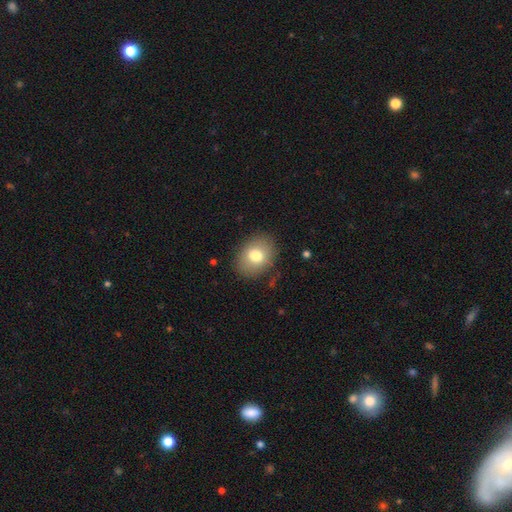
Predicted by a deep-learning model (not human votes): Q: Smooth or featured?
A: smooth (76%); runner-up: featured or disk (15%)
Q: How rounded?
A: in between (61%); runner-up: round (38%)
Q: Merging?
A: none (85%); runner-up: minor disturbance (10%)